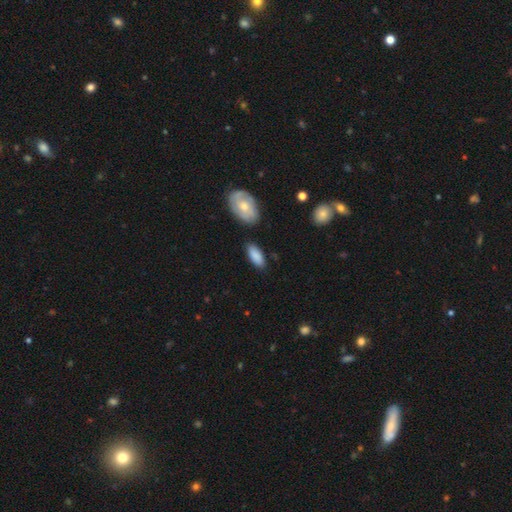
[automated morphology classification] Smooth or featured?
  - smooth: 86% *
  - featured or disk: 8%
  - star or artifact: 6%
How rounded?
  - in between: 88% *
  - cigar-shaped: 10%
  - round: 2%
Merging?
  - none: 80% *
  - minor disturbance: 13%
  - merger: 4%
  - major disturbance: 3%